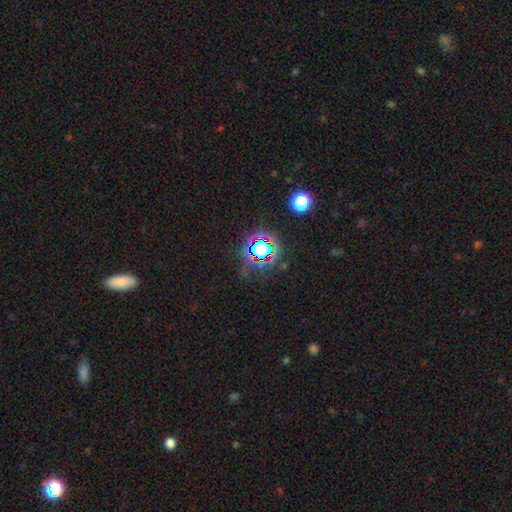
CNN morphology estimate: Smooth or featured: star or artifact — 75% (smooth — 16%)